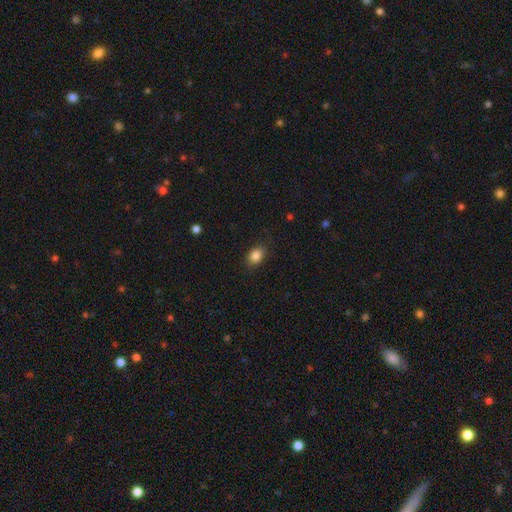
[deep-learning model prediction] This is clearly a smooth galaxy (85%). How rounded: likely in between (65%). Merging: clearly none (84%).